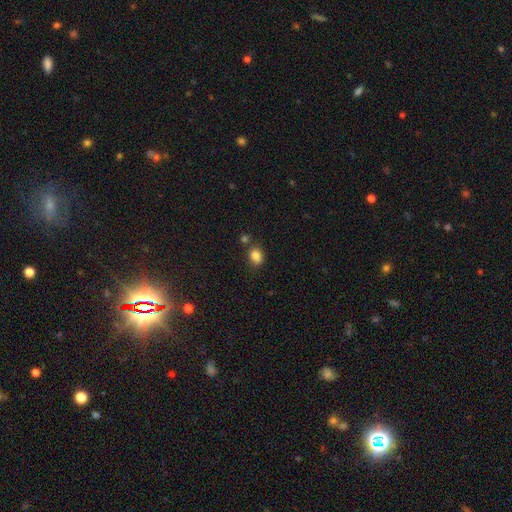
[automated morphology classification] This is clearly a smooth galaxy (85%). How rounded: possibly in between (51%). Merging: likely none (71%).